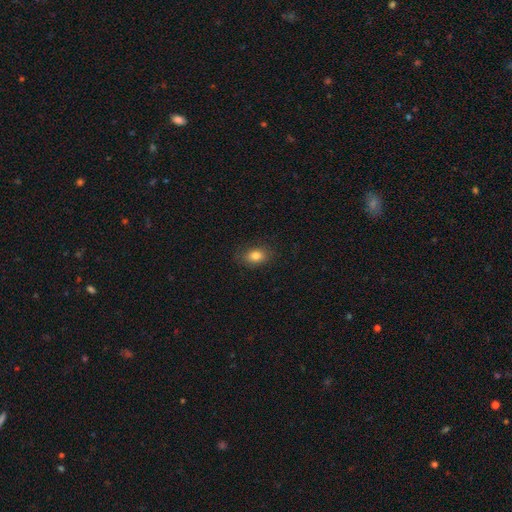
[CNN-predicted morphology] The model was most divided on "how rounded": in between: 75%, round: 24%, cigar-shaped: 1%. More confident: smooth or featured — smooth (82%); merging — none (82%).